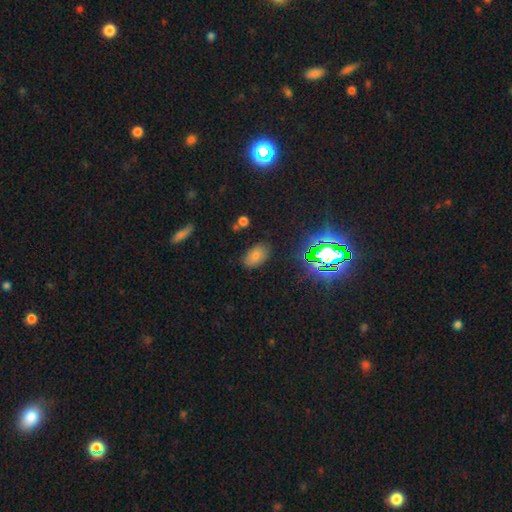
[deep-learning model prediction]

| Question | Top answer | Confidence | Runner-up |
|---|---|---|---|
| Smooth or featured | smooth | 70% | star or artifact (20%) |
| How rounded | in between | 90% | round (9%) |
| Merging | none | 81% | minor disturbance (13%) |